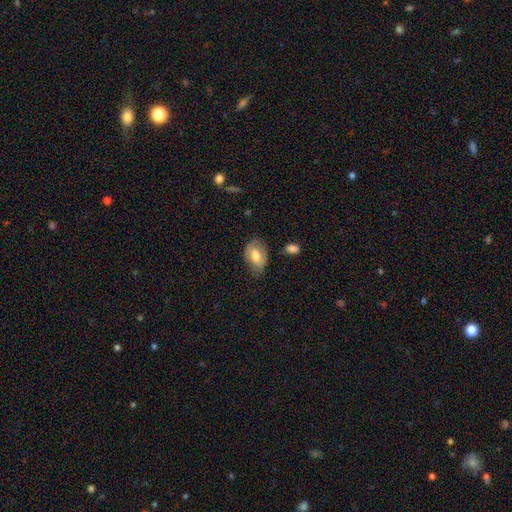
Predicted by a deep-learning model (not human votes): This is likely a smooth galaxy (70%). How rounded: clearly in between (84%). Merging: likely none (64%).